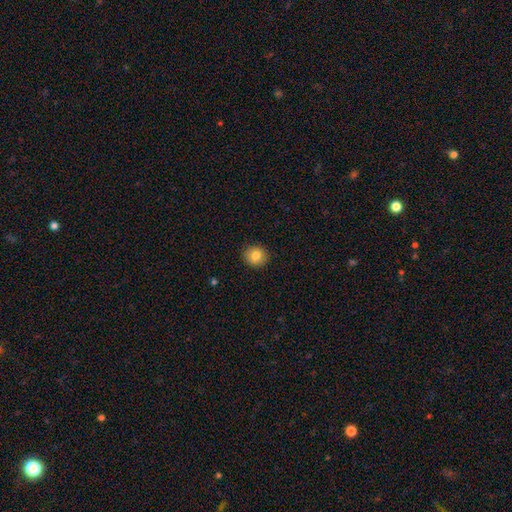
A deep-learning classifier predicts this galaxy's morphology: smooth 83%, star or artifact 9%, featured or disk 8%. Down the decision tree: how rounded — round (83%); merging — none (91%).